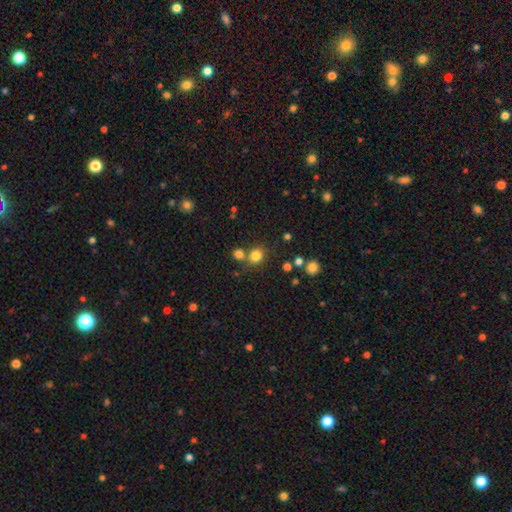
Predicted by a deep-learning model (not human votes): Q: Smooth or featured?
A: smooth (80%); runner-up: star or artifact (14%)
Q: How rounded?
A: round (77%); runner-up: in between (22%)
Q: Merging?
A: none (65%); runner-up: merger (23%)